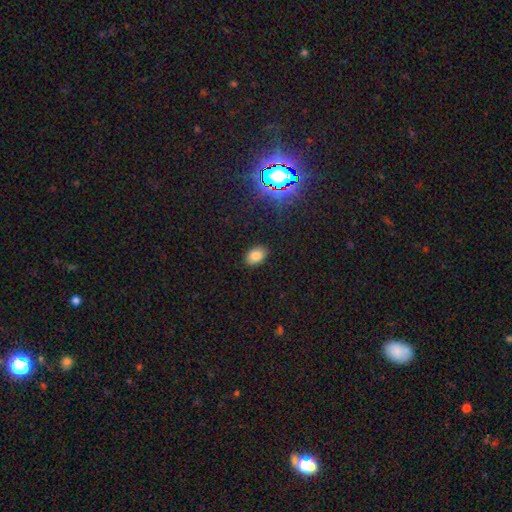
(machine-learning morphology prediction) This appears to be a smooth galaxy with no disk features (79%) that is in between round and cigar-shaped (82%). Merging: none (87%).